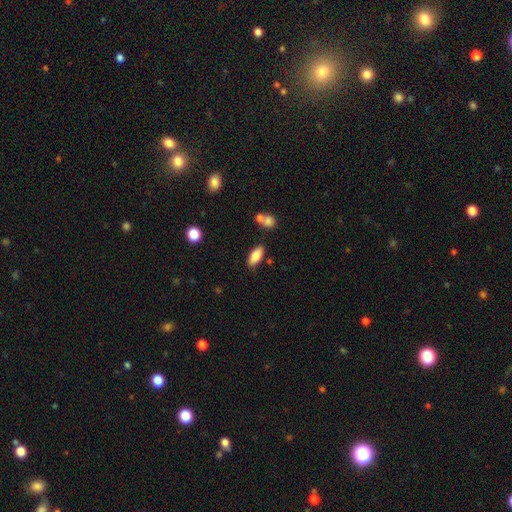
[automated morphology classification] smooth_or_featured: smooth (p=0.82) [alt: featured or disk p=0.11]
how_rounded: in between (p=0.84) [alt: cigar-shaped p=0.14]
merging: none (p=0.80) [alt: minor disturbance p=0.12]